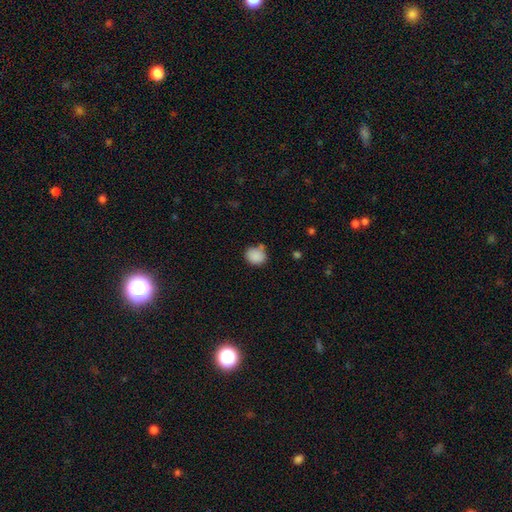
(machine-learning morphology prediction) A smooth galaxy with no disk features (88%) that is round (66%). Merging: none (67%).